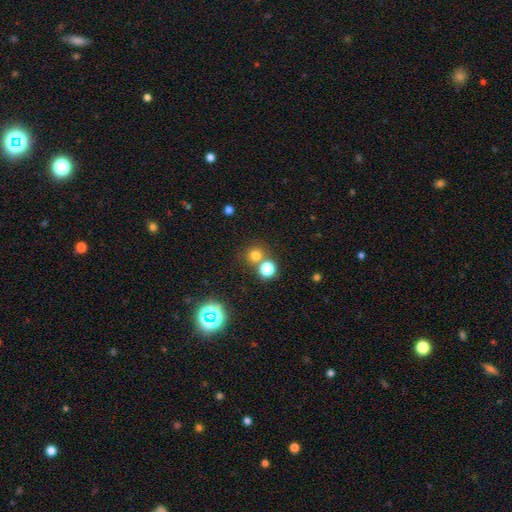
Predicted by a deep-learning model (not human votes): A smooth galaxy with no disk features (72%) that is round (89%).

Vote fractions:
- Smooth or featured? smooth: 72% / star or artifact: 21% / featured or disk: 7%
- How rounded? round: 89% / in between: 10% / cigar-shaped: 1%
- Merging? none: 63% / merger: 27% / minor disturbance: 7% / major disturbance: 3%